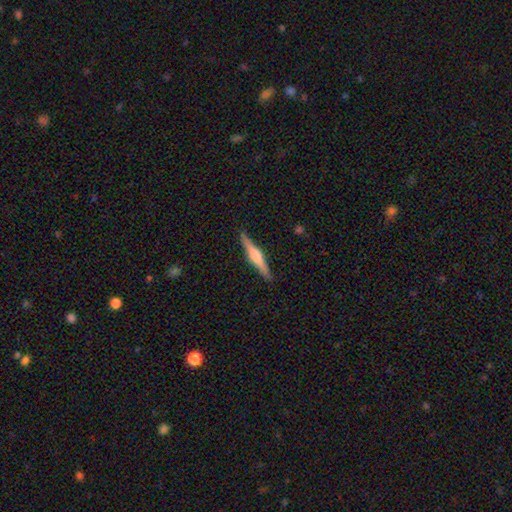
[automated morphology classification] Smooth or featured? Predicted: featured or disk (p=0.70). Edge-on disk? Predicted: yes (p=0.98). Edge-on bulge? Predicted: rounded (p=0.82). Merging? Predicted: none (p=0.90).